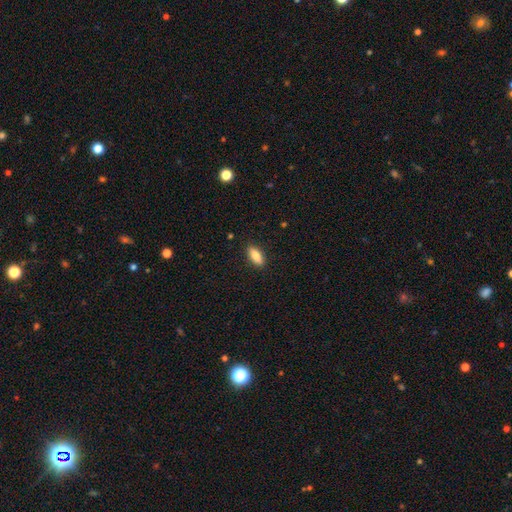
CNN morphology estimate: A smooth galaxy with no disk features (84%) that is in between round and cigar-shaped (75%).

Vote fractions:
- Smooth or featured? smooth: 84% / featured or disk: 10% / star or artifact: 7%
- How rounded? in between: 75% / cigar-shaped: 22% / round: 2%
- Merging? none: 88% / minor disturbance: 9% / major disturbance: 2% / merger: 1%